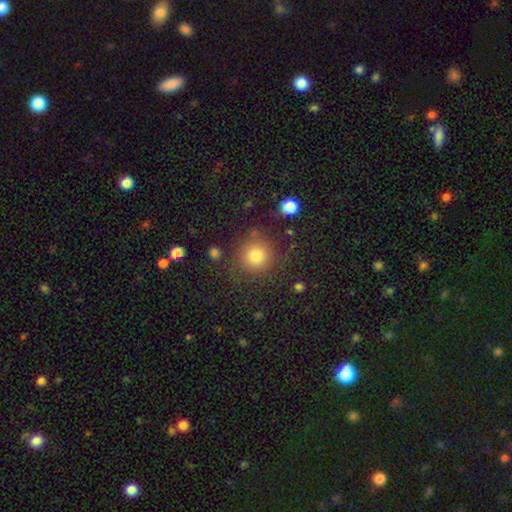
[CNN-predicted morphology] Smooth or featured? smooth (80%)
How rounded? round (92%)
Merging? none (81%)